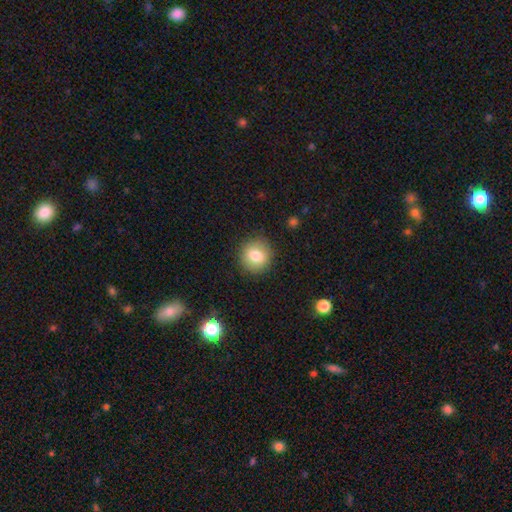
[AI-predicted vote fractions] This appears to be a smooth galaxy with no disk features (79%) that is round (87%). Merging: none (88%).